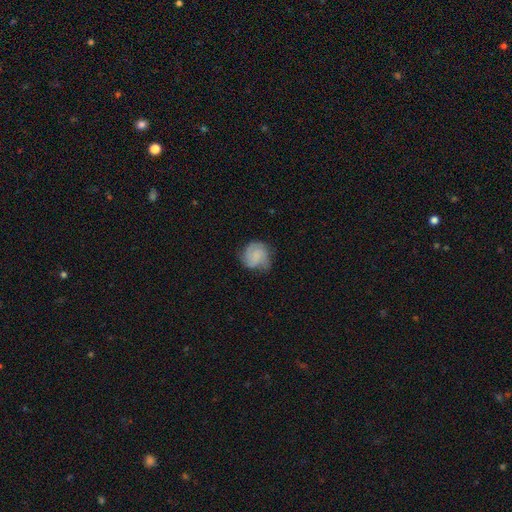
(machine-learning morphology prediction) Smooth or featured? Predicted: smooth (p=0.48). Merging? Predicted: none (p=0.60).